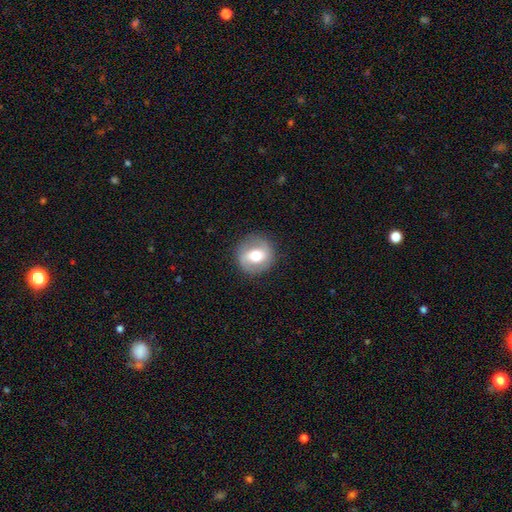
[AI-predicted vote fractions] The model was most divided on "smooth or featured": featured or disk: 51%, smooth: 42%, star or artifact: 7%. More confident: edge-on disk — no (95%); merging — none (85%).